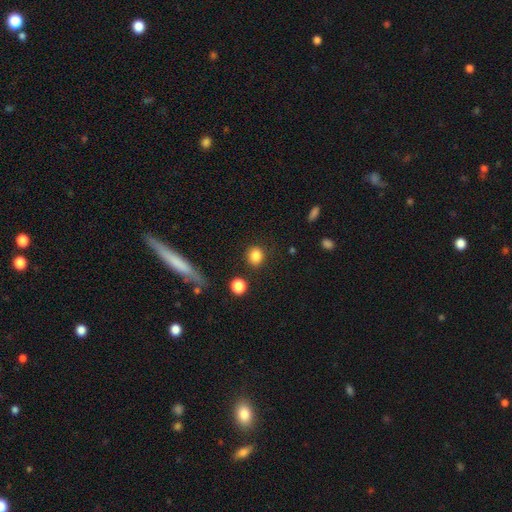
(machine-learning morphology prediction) This appears to be a smooth galaxy with no disk features (85%) that is round (79%). Merging: none (83%).